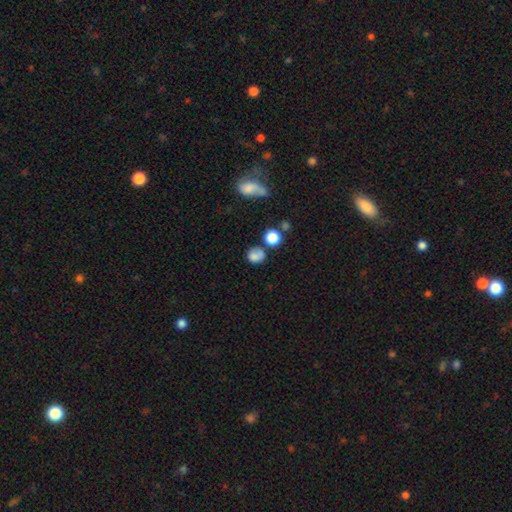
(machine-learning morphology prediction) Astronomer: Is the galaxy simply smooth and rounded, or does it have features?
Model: smooth — 78%.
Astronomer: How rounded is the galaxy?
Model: round — 73%.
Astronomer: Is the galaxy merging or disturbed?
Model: none — 56%.